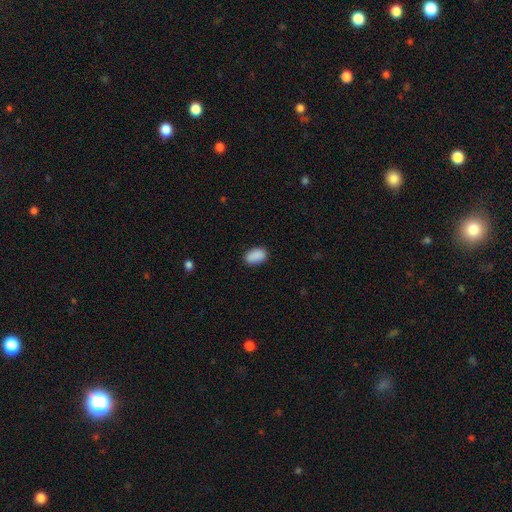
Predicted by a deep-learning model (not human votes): A smooth galaxy with no disk features (89%) that is in between round and cigar-shaped (91%). Merging: none (84%).